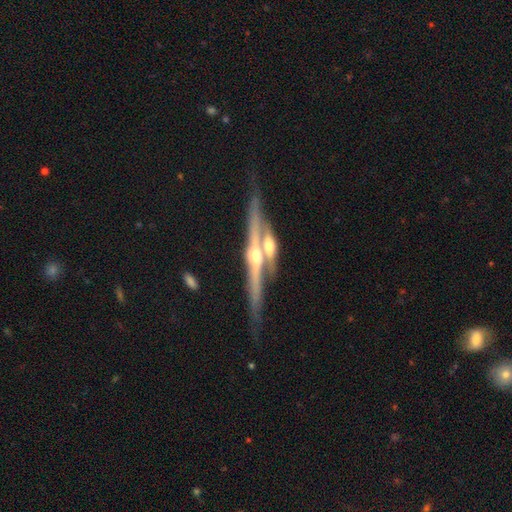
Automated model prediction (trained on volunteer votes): A featured or disk galaxy (84%) viewed edge-on (96%) with a rounded central bulge (89%). Merging: none (57%).